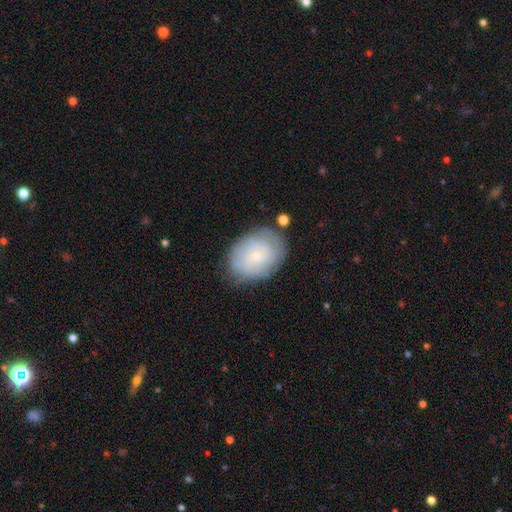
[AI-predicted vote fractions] Smooth or featured?
  - smooth: 54% *
  - featured or disk: 38%
  - star or artifact: 8%
How rounded?
  - in between: 70% *
  - round: 29%
  - cigar-shaped: 1%
Merging?
  - none: 75% *
  - minor disturbance: 17%
  - major disturbance: 5%
  - merger: 2%